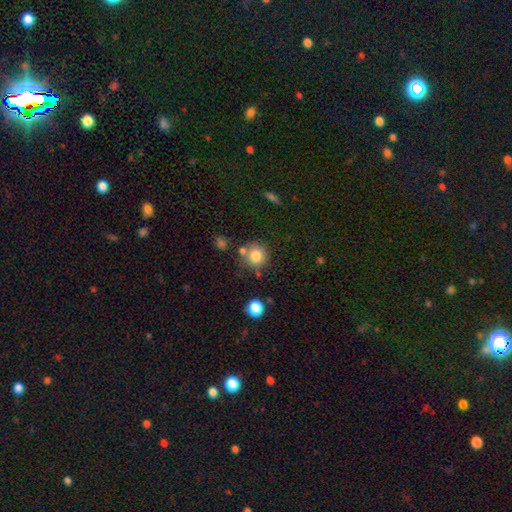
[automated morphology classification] smooth 81%, star or artifact 11%, featured or disk 8%. Down the decision tree: how rounded — round (90%); merging — none (70%).